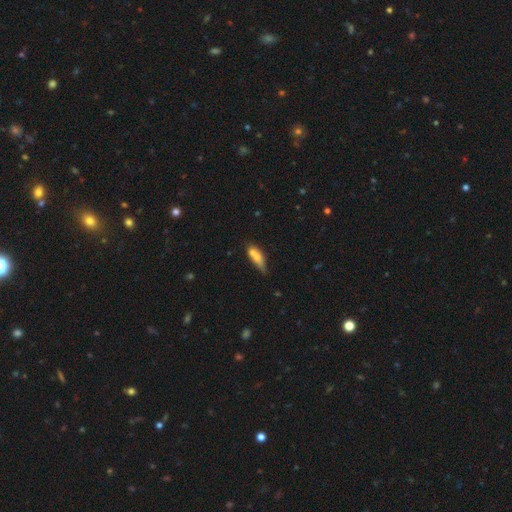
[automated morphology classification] The model was most divided on "how rounded": cigar-shaped: 51%, in between: 45%, round: 4%. Remaining: smooth or featured — smooth (62%); merging — none (38%).